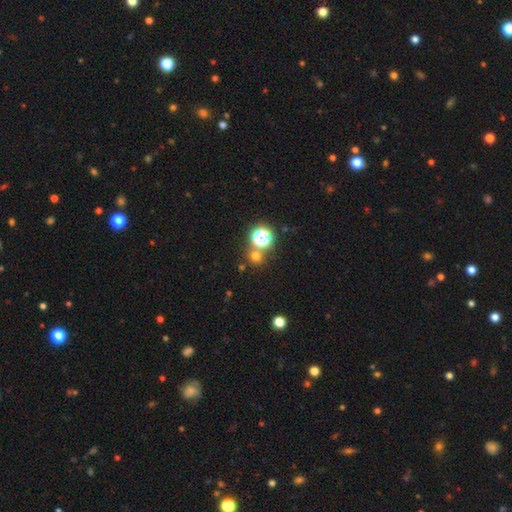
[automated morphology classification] smooth_or_featured: smooth (p=0.63) [alt: star or artifact p=0.31]
how_rounded: round (p=0.90) [alt: in between p=0.09]
merging: none (p=0.73) [alt: merger p=0.17]